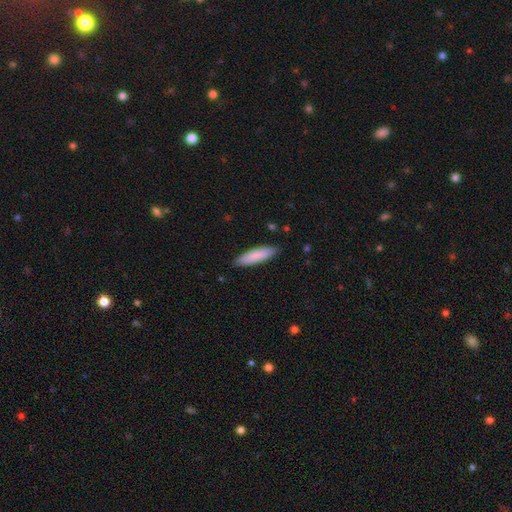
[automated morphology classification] This appears to be a smooth galaxy with no disk features (86%) that is cigar-shaped (66%). Merging: none (88%).